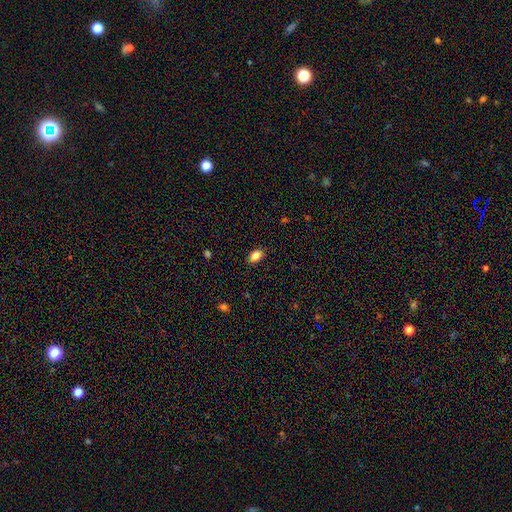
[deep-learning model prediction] This is clearly a smooth galaxy (85%). How rounded: clearly in between (85%). Merging: clearly none (88%).